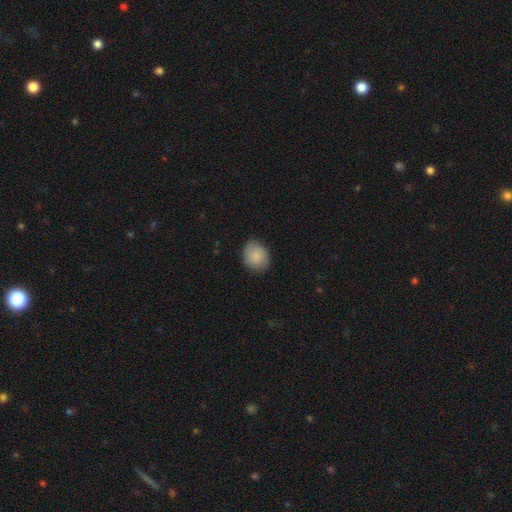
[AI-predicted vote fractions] This appears to be a smooth galaxy with no disk features (84%) that is round (60%). Merging: none (80%).